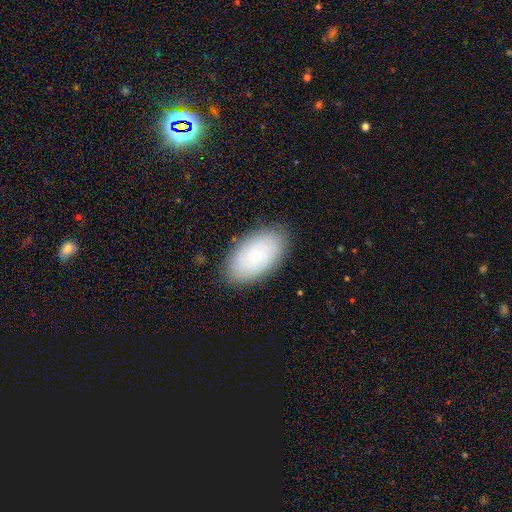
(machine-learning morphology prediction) Smooth or featured? smooth (73%)
How rounded? in between (94%)
Merging? none (86%)